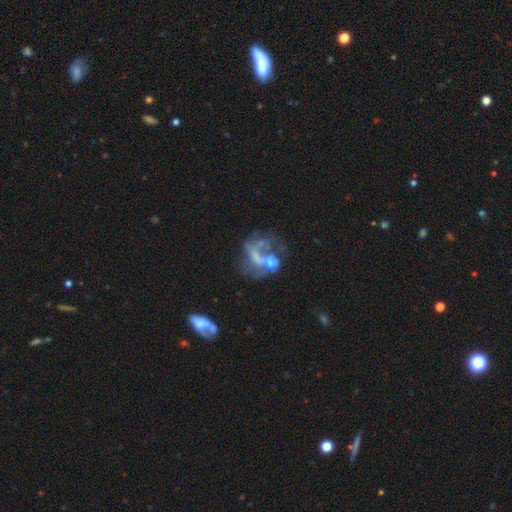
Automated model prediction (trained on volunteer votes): This is likely a featured or disk galaxy (62%). It is clearly not viewed edge-on (98%). Bar: clearly no (81%). Spiral arm pattern: clearly no (81%). Central bulge: possibly none (57%). Merging: marginally merger (39%).